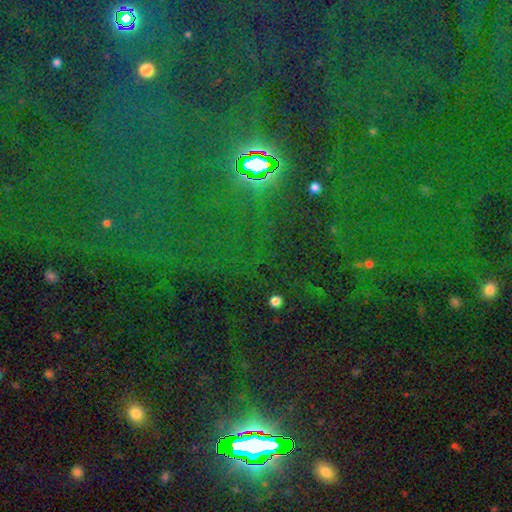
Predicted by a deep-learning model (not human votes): star or artifact 84%, smooth 10%, featured or disk 7%.